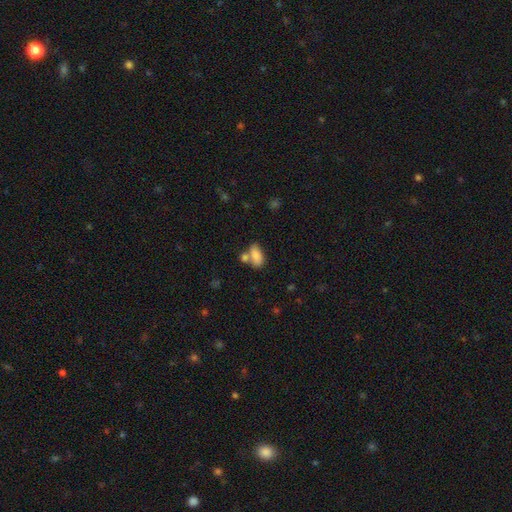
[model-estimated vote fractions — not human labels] Overall: smooth (82%). How rounded: in between (91%). Merging: none (43%; merger 37%).